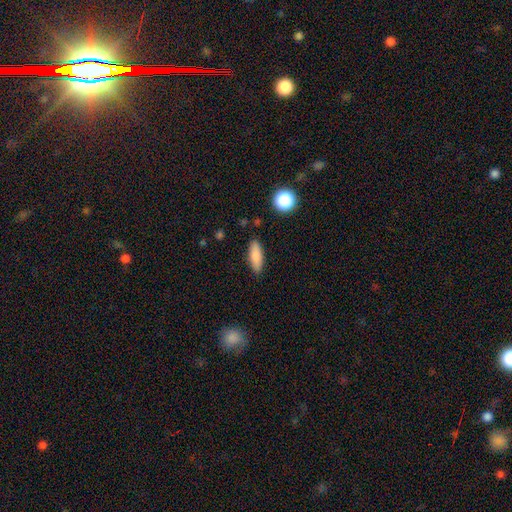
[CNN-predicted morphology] smooth 85%, featured or disk 8%, star or artifact 7%. Down the decision tree: how rounded — in between (62%); merging — none (86%).